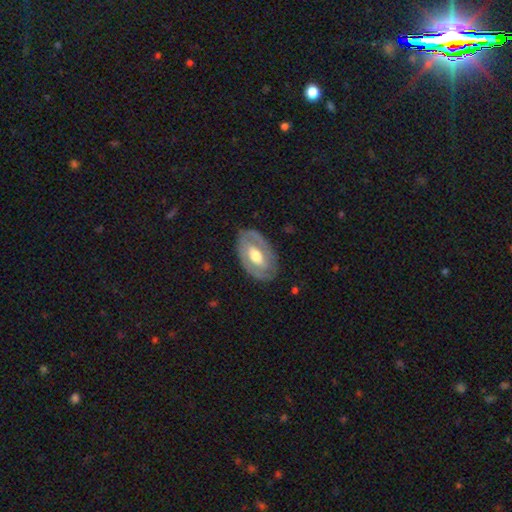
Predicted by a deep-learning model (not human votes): A featured or disk galaxy (63%) with no bar (47%), no spiral arms (61%) and a moderate central bulge (65%).

Vote fractions:
- Smooth or featured? featured or disk: 63% / smooth: 32% / star or artifact: 5%
- Edge-on disk? no: 91% / yes: 9%
- Bar? no: 47% / weak: 33% / strong: 20%
- Spiral arms? no: 61% / yes: 39%
- Bulge size? moderate: 65% / large: 21% / small: 11% / dominant: 2% / none: 1%
- Merging? none: 81% / minor disturbance: 13% / major disturbance: 5% / merger: 1%